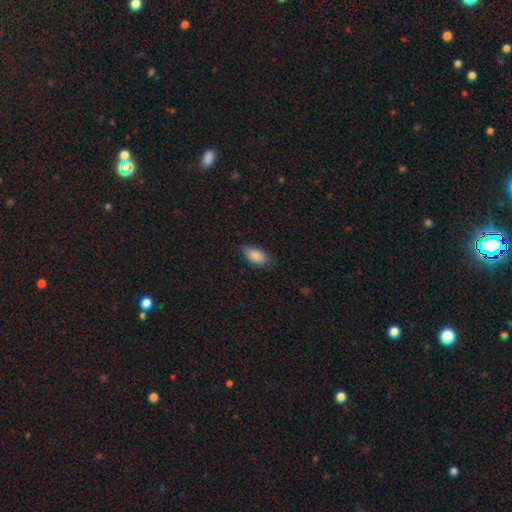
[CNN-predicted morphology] This is clearly a smooth galaxy (87%). How rounded: clearly in between (91%). Merging: likely none (75%).